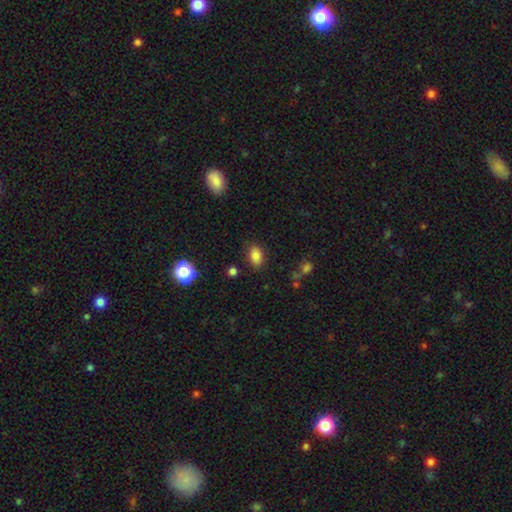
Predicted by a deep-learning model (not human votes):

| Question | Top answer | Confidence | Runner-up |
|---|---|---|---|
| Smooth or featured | smooth | 83% | star or artifact (11%) |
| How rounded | in between | 82% | round (16%) |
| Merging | none | 83% | minor disturbance (12%) |